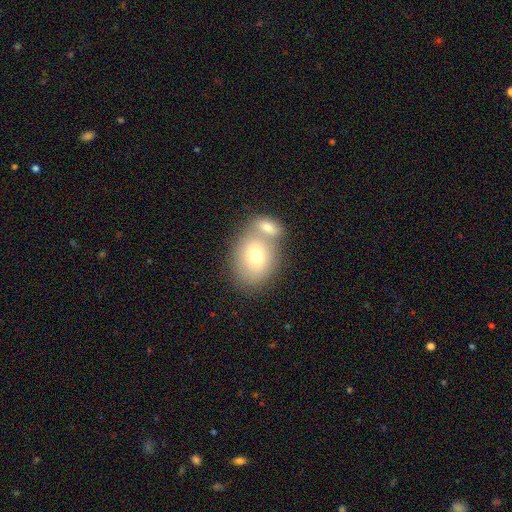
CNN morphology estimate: Q: Smooth or featured?
A: smooth (71%); runner-up: featured or disk (21%)
Q: How rounded?
A: in between (58%); runner-up: round (41%)
Q: Merging?
A: merger (48%); runner-up: none (39%)